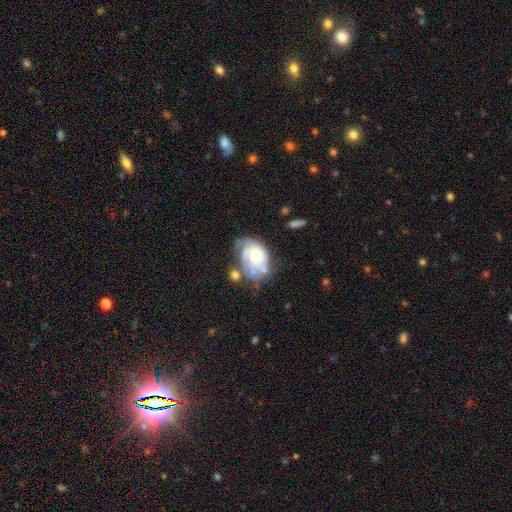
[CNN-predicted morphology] type=featured or disk (73%); edge-on=no (97%); bar=no (75%); spiral arms=yes (80%); winding=tight (52%); arm count=can't tell (37%); bulge=moderate (64%); merging=none (39%).